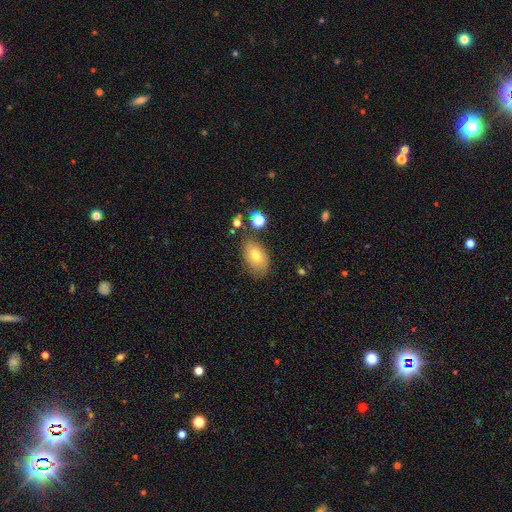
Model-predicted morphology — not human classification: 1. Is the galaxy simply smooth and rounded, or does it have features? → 70% smooth, 20% featured or disk, 10% star or artifact.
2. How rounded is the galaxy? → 87% in between, 11% round, 1% cigar-shaped.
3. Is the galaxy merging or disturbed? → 72% none, 18% minor disturbance, 5% major disturbance, 5% merger.